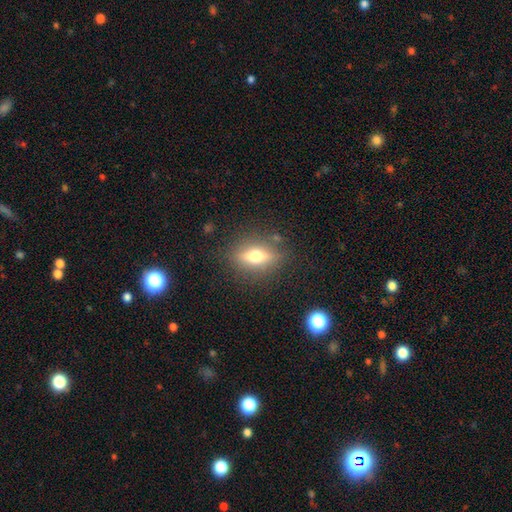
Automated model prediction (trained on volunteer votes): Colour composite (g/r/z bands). It shows a smooth galaxy with no disk features (52%) that is in between round and cigar-shaped (59%). Merging: none (83%).